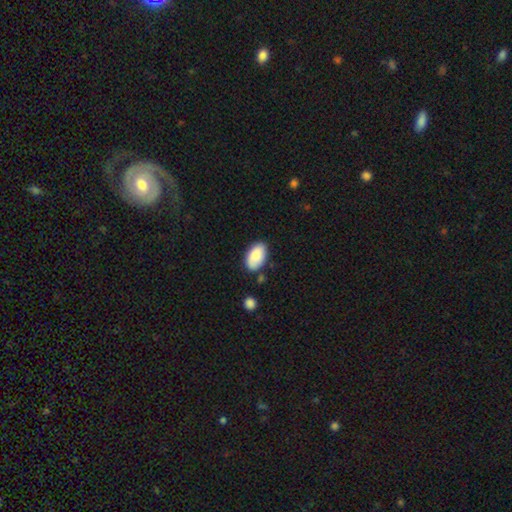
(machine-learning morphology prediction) A smooth galaxy with no disk features (85%) that is in between round and cigar-shaped (95%). Merging: none (76%).